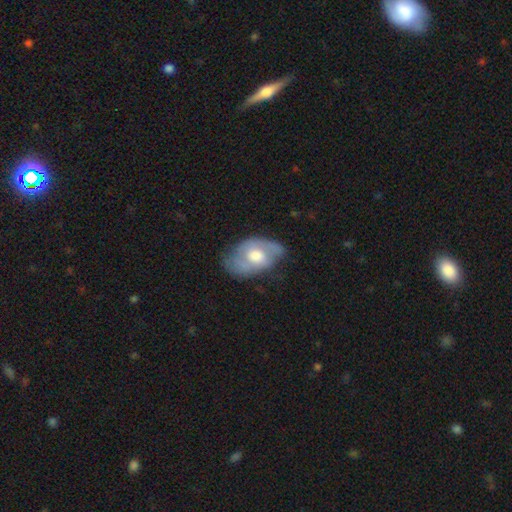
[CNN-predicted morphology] type=featured or disk (64%); edge-on=no (94%); bar=no (68%); spiral arms=yes (71%); bulge=moderate (59%); merging=none (58%).